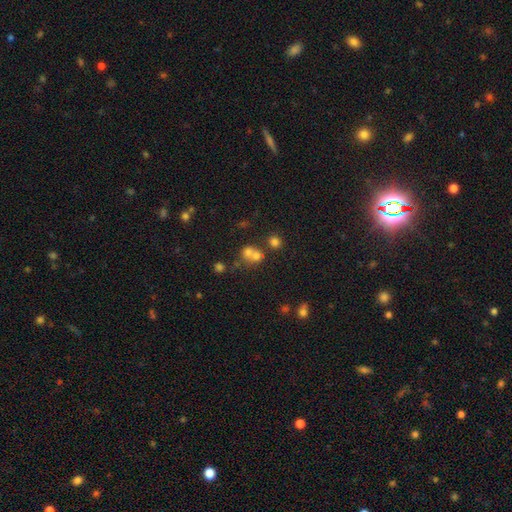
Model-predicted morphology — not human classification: A smooth galaxy with no disk features (66%) that is round (76%).

Vote fractions:
- Smooth or featured? smooth: 66% / featured or disk: 17% / star or artifact: 17%
- How rounded? round: 76% / in between: 23% / cigar-shaped: 1%
- Merging? merger: 54% / none: 35% / minor disturbance: 7% / major disturbance: 4%